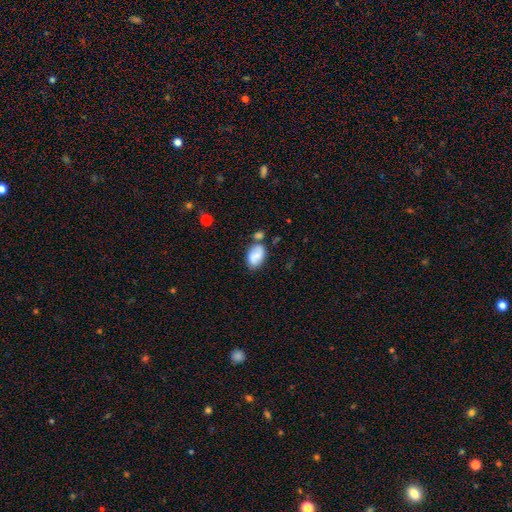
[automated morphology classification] Smooth or featured: smooth — 71% (featured or disk — 21%)
How rounded: in between — 89% (round — 10%)
Merging: none — 54% (minor disturbance — 22%)